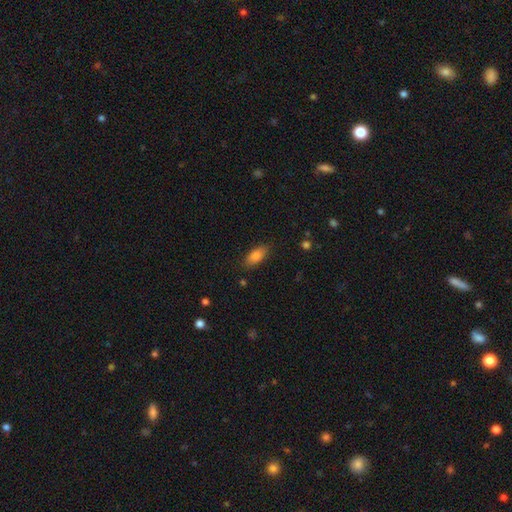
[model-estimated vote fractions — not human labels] Morphology: type=smooth (85%); roundness=in between (86%); merging=none (84%).